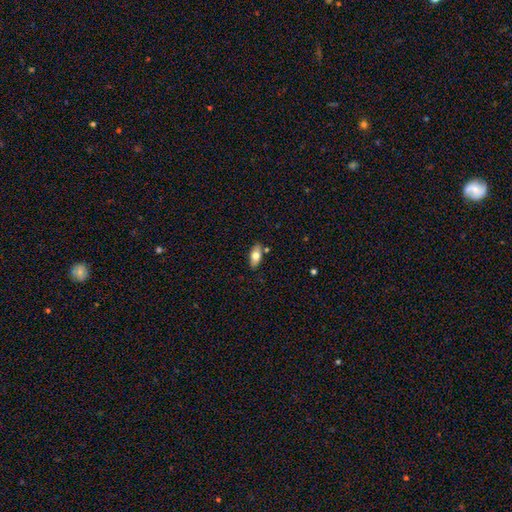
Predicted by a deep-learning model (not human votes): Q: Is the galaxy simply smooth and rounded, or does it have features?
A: smooth — 70%.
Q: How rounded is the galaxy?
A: in between — 86%.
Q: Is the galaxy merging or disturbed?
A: none — 84%.